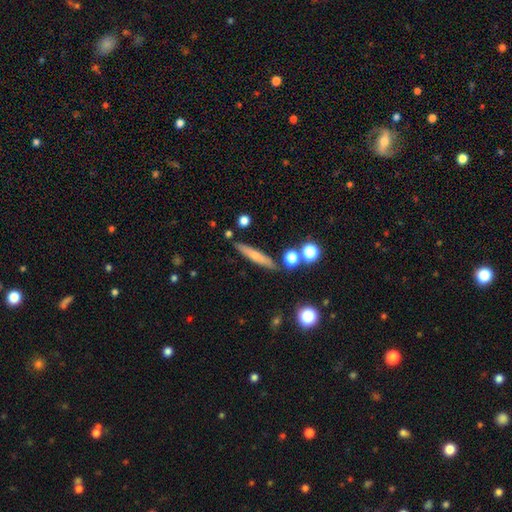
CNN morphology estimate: A smooth galaxy with no disk features (58%) that is cigar-shaped (89%).

Vote fractions:
- Smooth or featured? smooth: 58% / featured or disk: 34% / star or artifact: 8%
- How rounded? cigar-shaped: 89% / in between: 8% / round: 3%
- Merging? none: 82% / minor disturbance: 10% / merger: 5% / major disturbance: 3%